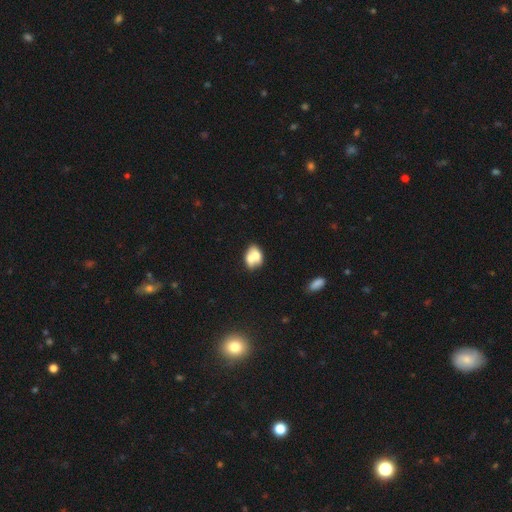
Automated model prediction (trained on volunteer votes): Smooth or featured? smooth (61%)
How rounded? in between (69%)
Merging? merger (61%)